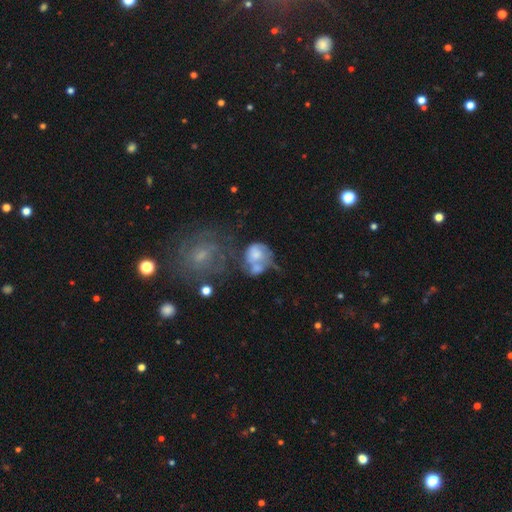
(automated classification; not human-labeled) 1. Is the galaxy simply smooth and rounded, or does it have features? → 51% smooth, 40% featured or disk, 9% star or artifact.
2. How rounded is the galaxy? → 64% round, 34% in between, 1% cigar-shaped.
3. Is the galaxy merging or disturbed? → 47% merger, 20% none, 19% major disturbance, 14% minor disturbance.